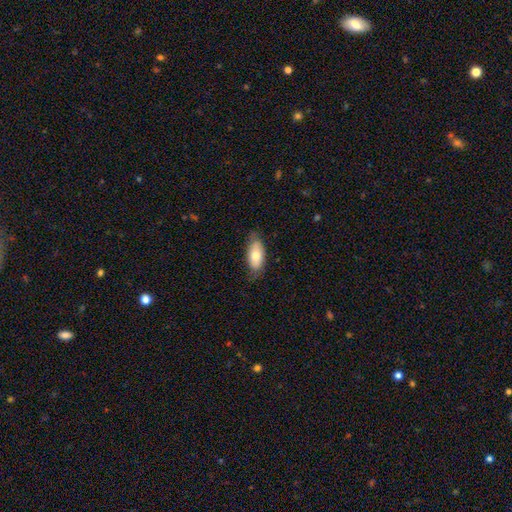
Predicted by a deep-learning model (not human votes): Smooth or featured? smooth (73%)
How rounded? in between (88%)
Merging? none (73%)